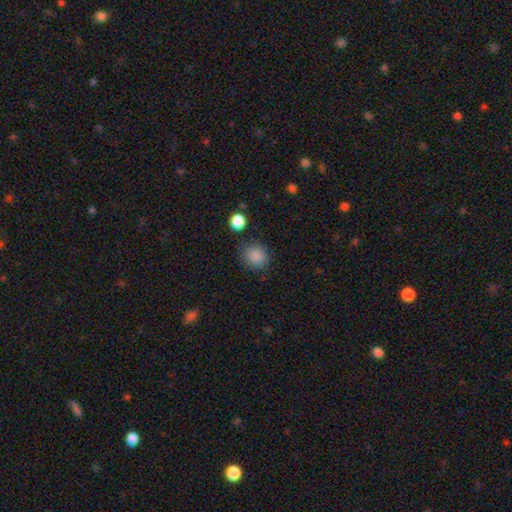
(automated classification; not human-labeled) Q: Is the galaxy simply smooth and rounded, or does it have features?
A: smooth — 87%.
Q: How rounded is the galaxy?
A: round — 88%.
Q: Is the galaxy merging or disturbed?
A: none — 84%.